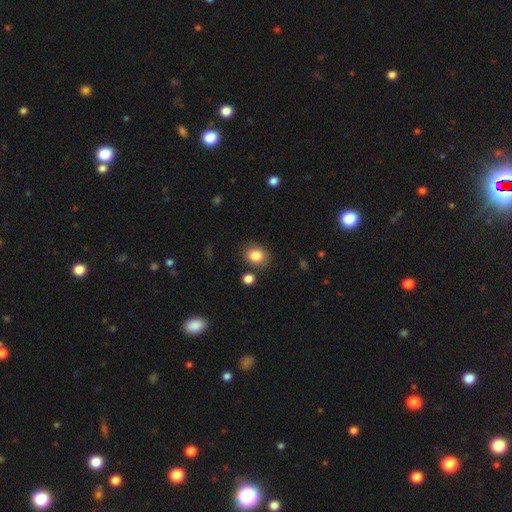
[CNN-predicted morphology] This is clearly a smooth galaxy (84%). How rounded: possibly round (56%). Merging: clearly none (81%).